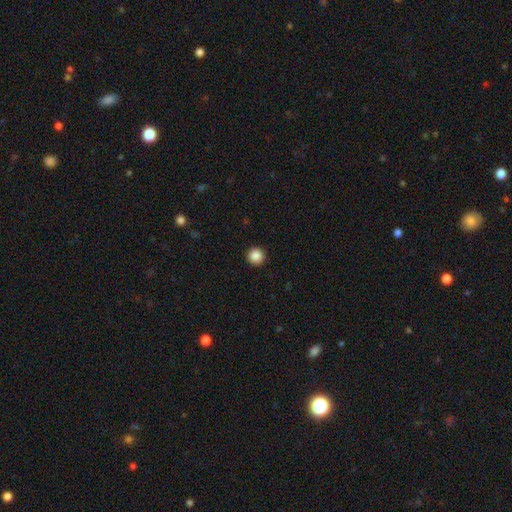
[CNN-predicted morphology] Smooth or featured? Predicted: smooth (p=0.87). How rounded? Predicted: round (p=0.96). Merging? Predicted: none (p=0.93).